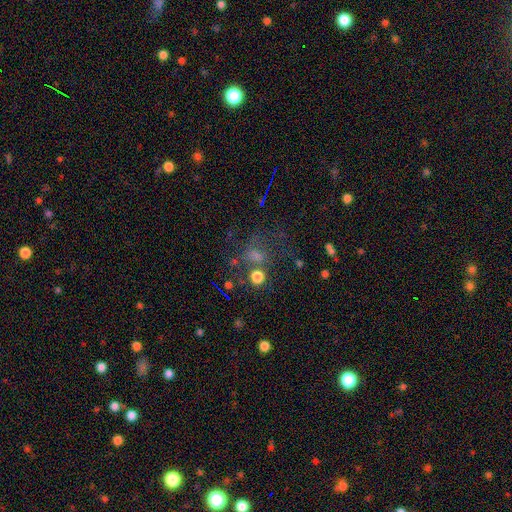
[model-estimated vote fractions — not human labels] Overall: smooth (39%; star or artifact 36%). Merging: none (50%; major disturbance 22%).